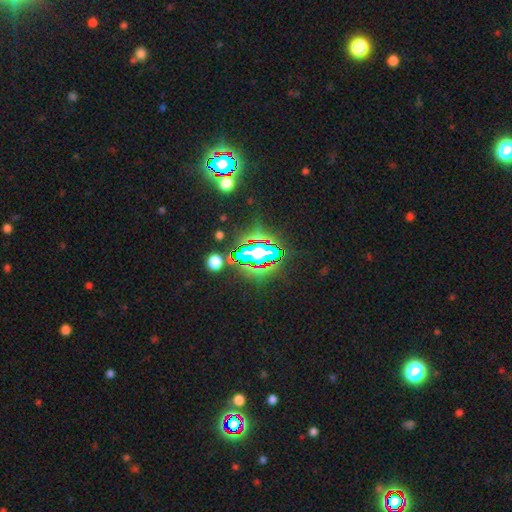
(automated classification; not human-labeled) Q: Smooth or featured?
A: star or artifact (84%); runner-up: smooth (9%)